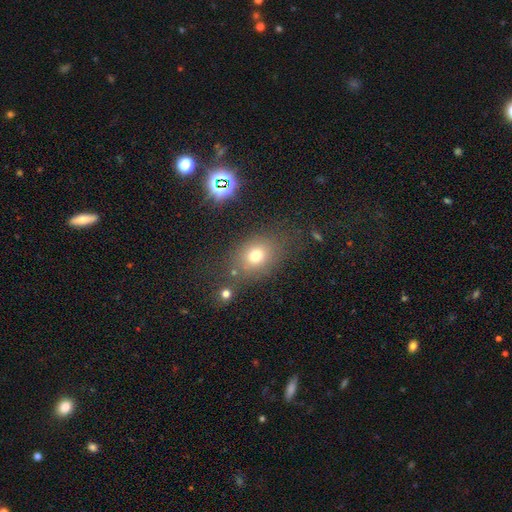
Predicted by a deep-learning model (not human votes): This is likely a smooth galaxy (73%). How rounded: possibly in between (54%). Merging: likely none (70%).